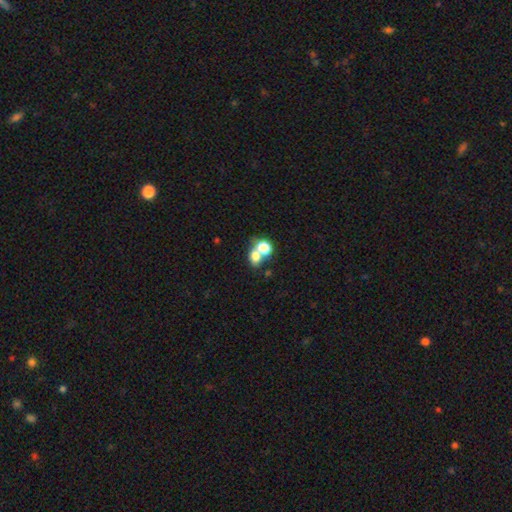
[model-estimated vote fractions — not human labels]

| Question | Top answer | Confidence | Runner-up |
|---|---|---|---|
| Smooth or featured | smooth | 72% | star or artifact (15%) |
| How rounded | round | 56% | in between (43%) |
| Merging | merger | 54% | none (35%) |